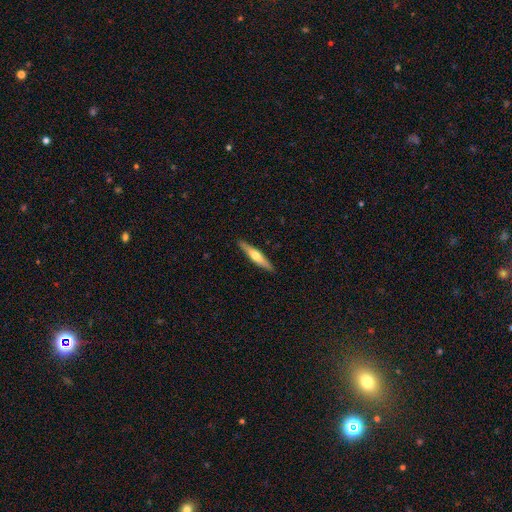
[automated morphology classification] type=featured or disk (52%); edge-on=yes (94%); merging=none (90%).